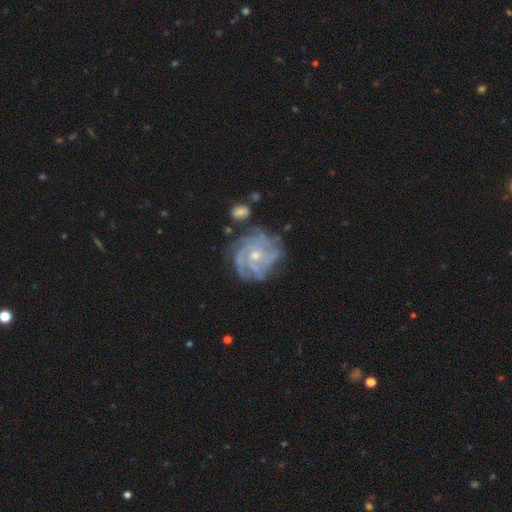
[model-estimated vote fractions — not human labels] Smooth or featured? Predicted: featured or disk (p=0.86). Edge-on disk? Predicted: no (p=0.98). Bar? Predicted: no (p=0.75). Spiral arms? Predicted: yes (p=0.95). Spiral winding? Predicted: tight (p=0.66). Spiral arm count? Predicted: can't tell (p=0.30). Bulge size? Predicted: small (p=0.64). Merging? Predicted: none (p=0.67).